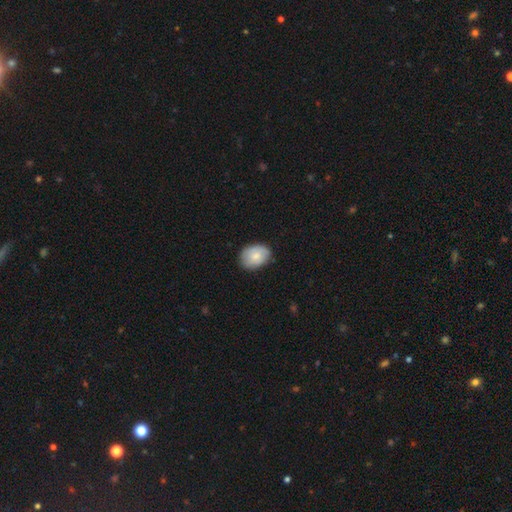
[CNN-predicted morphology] Smooth or featured? smooth (78%)
How rounded? in between (72%)
Merging? none (76%)